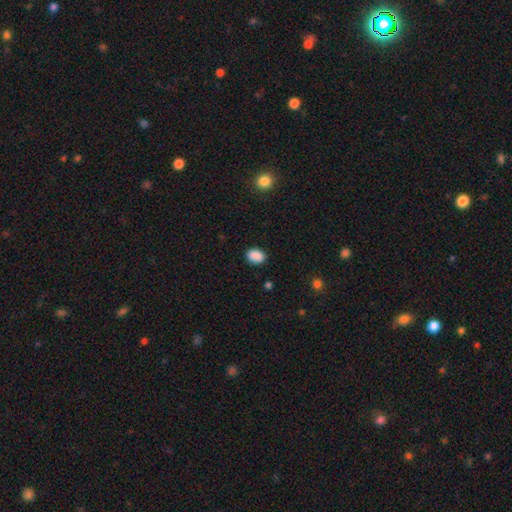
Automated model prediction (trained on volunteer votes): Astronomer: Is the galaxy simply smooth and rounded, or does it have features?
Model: smooth — 89%.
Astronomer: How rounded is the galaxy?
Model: in between — 74%.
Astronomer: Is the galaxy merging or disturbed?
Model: none — 88%.